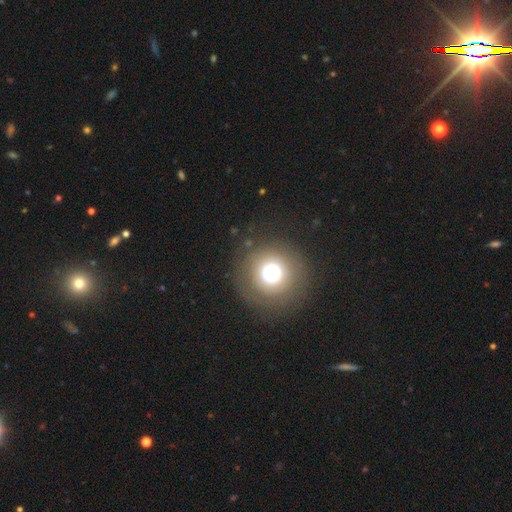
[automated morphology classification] This appears to be a smooth galaxy with no disk features (62%) that is round (92%). Merging: none (87%).